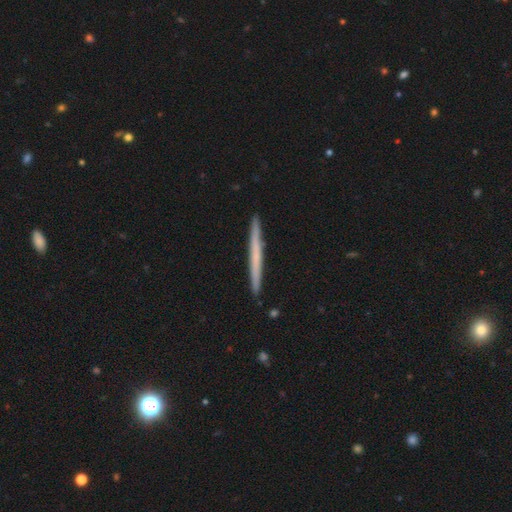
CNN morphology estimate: Smooth or featured? smooth (50%)
Merging? none (92%)